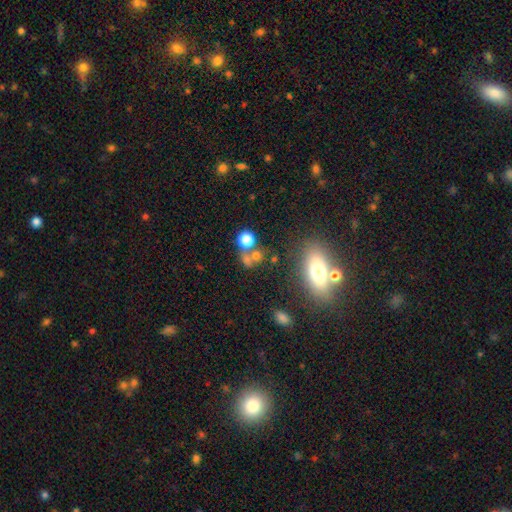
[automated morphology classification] smooth-or-featured: smooth: 67% | star or artifact: 20% | featured or disk: 13%
  how-rounded: round: 78% | in between: 20% | cigar-shaped: 2%
  merging: none: 45% | merger: 39% | minor disturbance: 9% | major disturbance: 6%